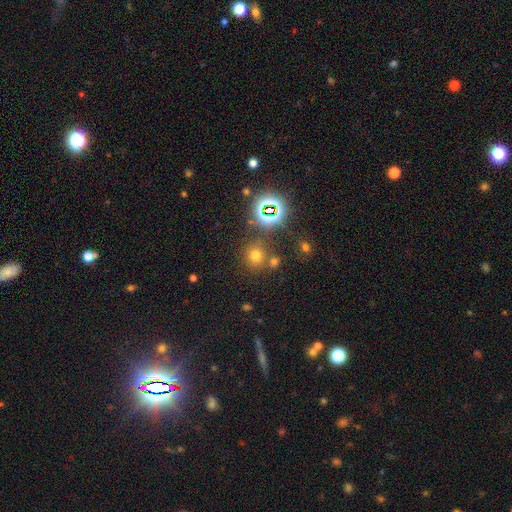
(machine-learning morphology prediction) Smooth or featured? smooth (61%)
How rounded? round (86%)
Merging? none (74%)